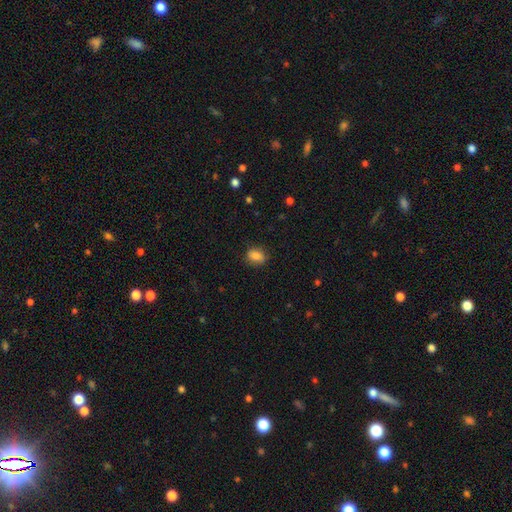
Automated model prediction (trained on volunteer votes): smooth_or_featured: smooth (p=0.84) [alt: star or artifact p=0.09]
how_rounded: in between (p=0.65) [alt: round p=0.33]
merging: none (p=0.84) [alt: minor disturbance p=0.12]